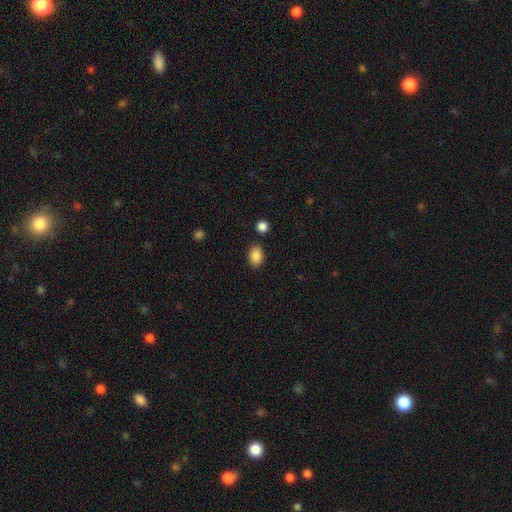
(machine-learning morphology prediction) A smooth galaxy with no disk features (88%) that is in between round and cigar-shaped (75%). Merging: none (84%).